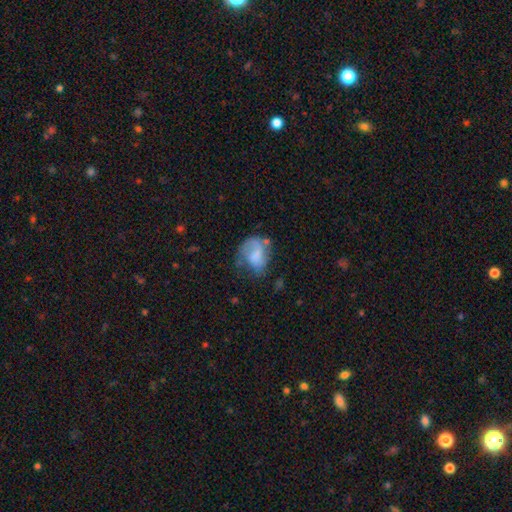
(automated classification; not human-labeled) This appears to be a smooth galaxy with no disk features (55%) that is in between round and cigar-shaped (56%). Merging: none (36%).